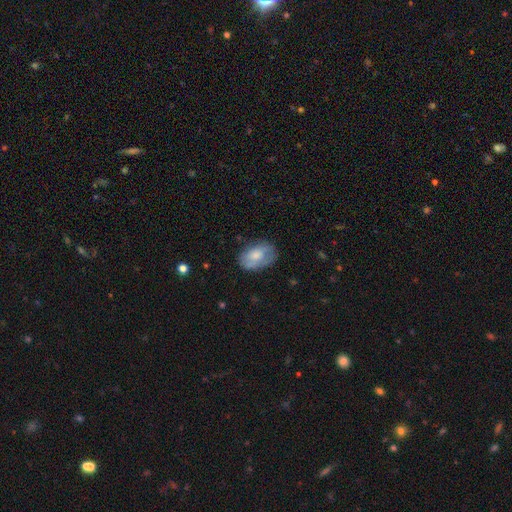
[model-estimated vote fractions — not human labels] smooth 66%, featured or disk 28%, star or artifact 7%. Down the decision tree: how rounded — in between (88%); merging — none (65%).